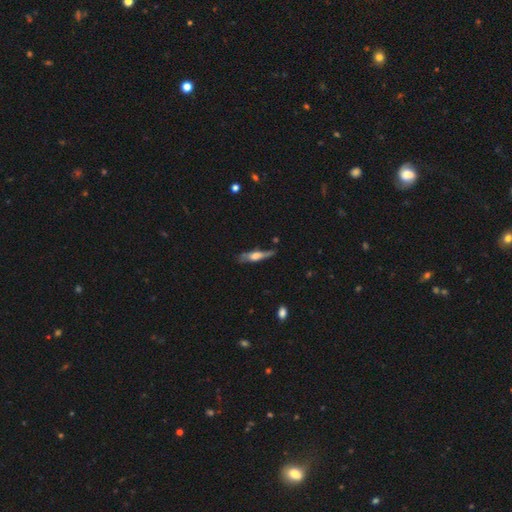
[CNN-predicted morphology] A featured or disk galaxy (58%) viewed edge-on (86%).

Vote fractions:
- Smooth or featured? featured or disk: 58% / smooth: 35% / star or artifact: 6%
- Edge-on disk? yes: 86% / no: 14%
- Merging? none: 63% / minor disturbance: 25% / major disturbance: 8% / merger: 3%